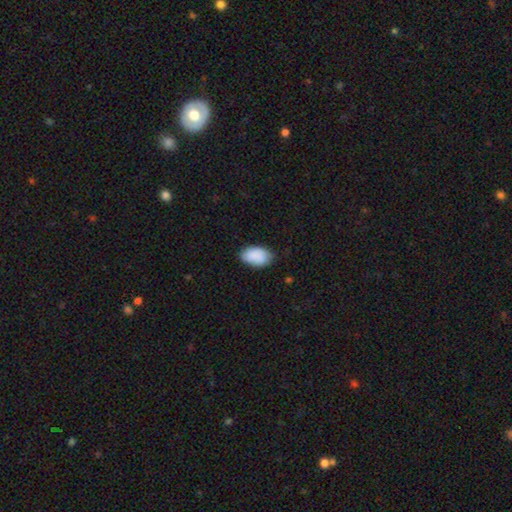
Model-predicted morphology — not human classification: This appears to be a smooth galaxy with no disk features (88%) that is in between round and cigar-shaped (92%). Merging: none (75%).